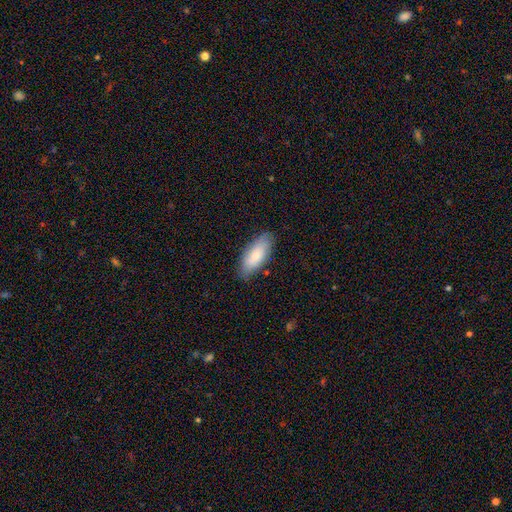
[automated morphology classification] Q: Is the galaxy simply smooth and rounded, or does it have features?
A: smooth — 77%.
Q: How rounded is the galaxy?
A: in between — 79%.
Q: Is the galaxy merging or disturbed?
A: none — 81%.